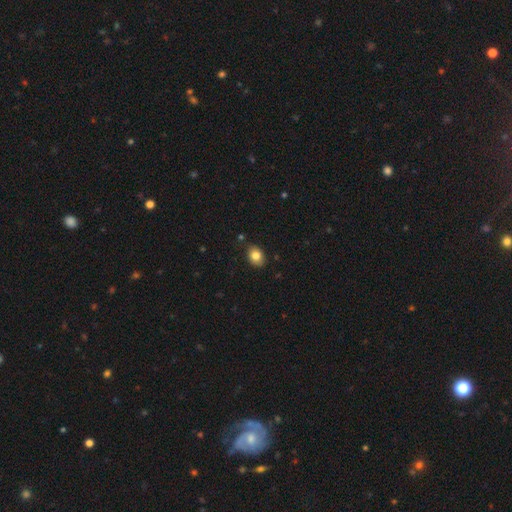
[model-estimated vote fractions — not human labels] Morphology: type=smooth (84%); roundness=in between (66%); merging=none (84%).